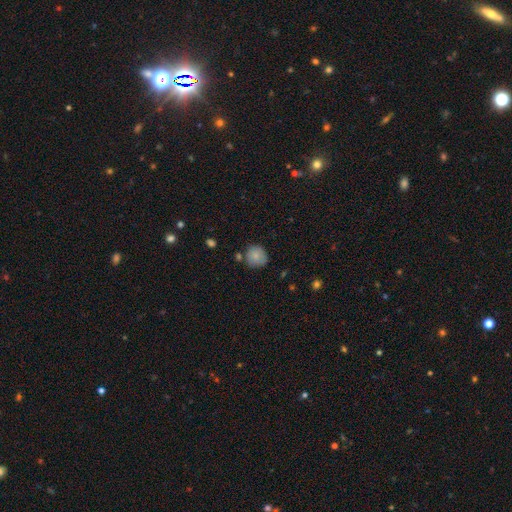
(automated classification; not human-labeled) Smooth or featured: smooth — 84% (star or artifact — 8%)
How rounded: round — 88% (in between — 11%)
Merging: none — 71% (minor disturbance — 19%)